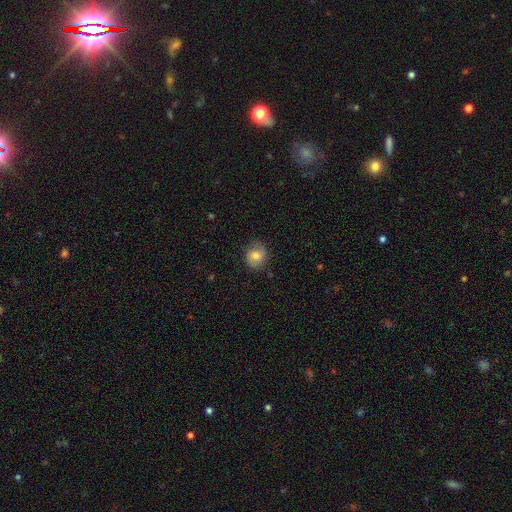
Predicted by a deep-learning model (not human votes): Smooth or featured? smooth (70%)
How rounded? round (66%)
Merging? none (71%)